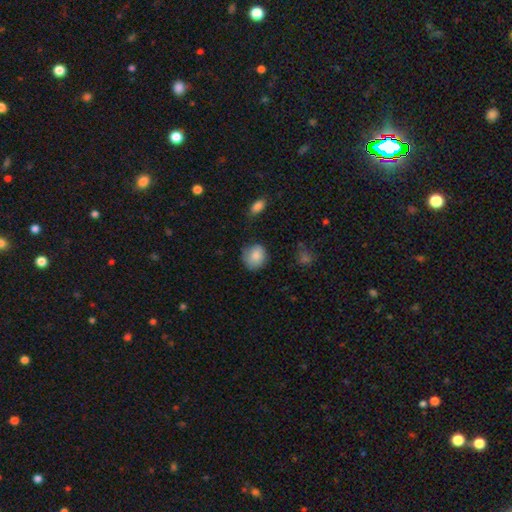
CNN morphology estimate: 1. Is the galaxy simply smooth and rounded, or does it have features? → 85% smooth, 8% star or artifact, 7% featured or disk.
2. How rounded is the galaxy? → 76% round, 23% in between, 1% cigar-shaped.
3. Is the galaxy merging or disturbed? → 69% none, 23% minor disturbance, 5% major disturbance, 2% merger.